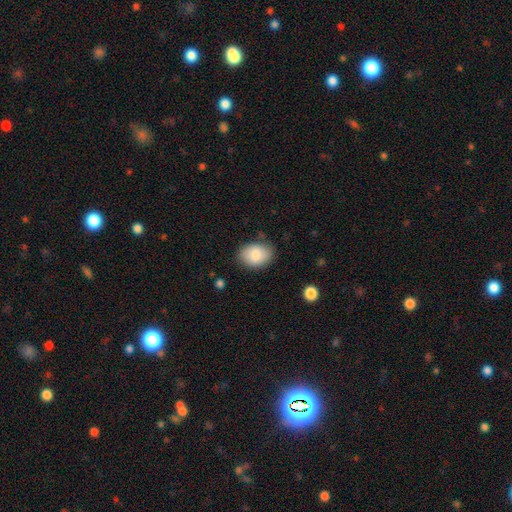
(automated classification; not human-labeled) A smooth galaxy with no disk features (84%) that is in between round and cigar-shaped (76%). Merging: none (80%).